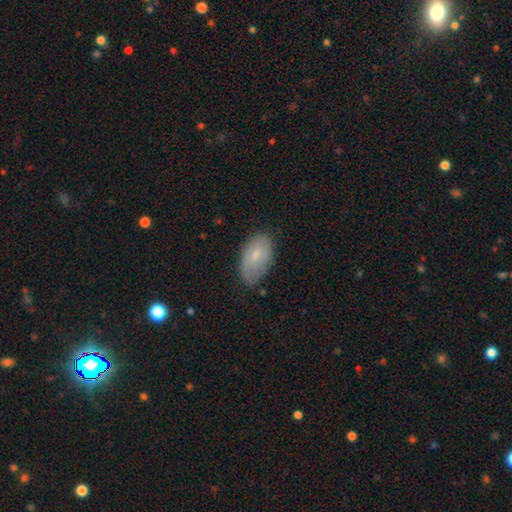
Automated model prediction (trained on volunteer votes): smooth-or-featured: smooth: 68% | featured or disk: 24% | star or artifact: 7%
  how-rounded: in between: 93% | round: 5% | cigar-shaped: 2%
  merging: none: 67% | minor disturbance: 27% | major disturbance: 5% | merger: 1%